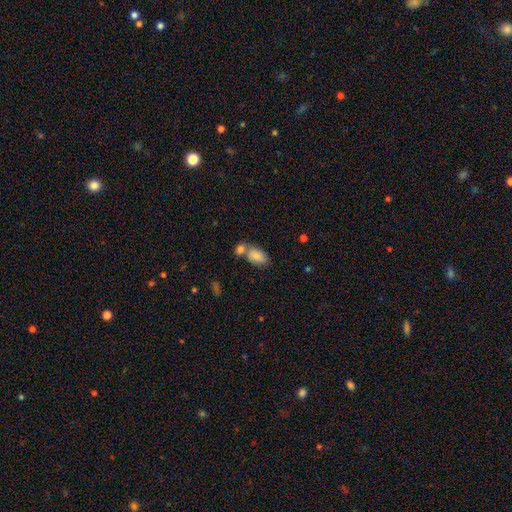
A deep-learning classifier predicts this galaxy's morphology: smooth_or_featured: smooth (p=0.84) [alt: featured or disk p=0.09]
how_rounded: in between (p=0.91) [alt: round p=0.07]
merging: none (p=0.42) [alt: merger p=0.41]